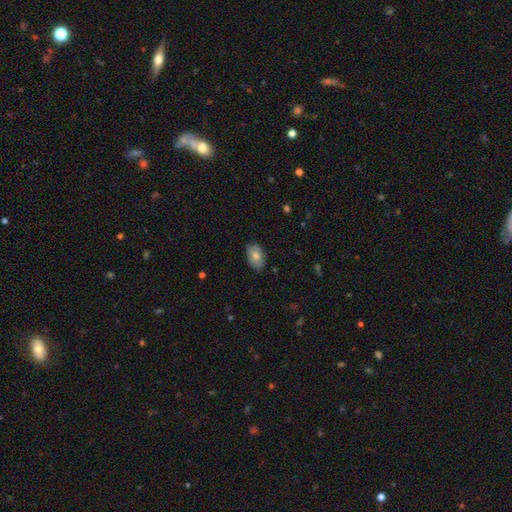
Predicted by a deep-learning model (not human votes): A smooth galaxy with no disk features (76%) that is in between round and cigar-shaped (89%). Merging: none (83%).